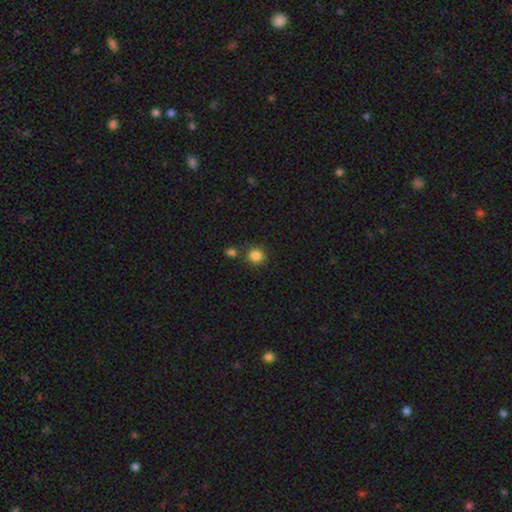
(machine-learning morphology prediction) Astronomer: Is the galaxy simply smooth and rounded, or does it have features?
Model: smooth — 85%.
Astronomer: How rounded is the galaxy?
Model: round — 91%.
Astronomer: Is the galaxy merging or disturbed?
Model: none — 80%.